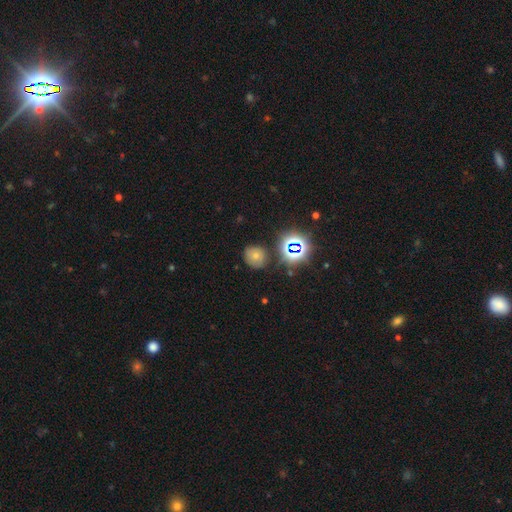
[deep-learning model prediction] Smooth or featured? smooth (61%)
How rounded? round (78%)
Merging? none (77%)